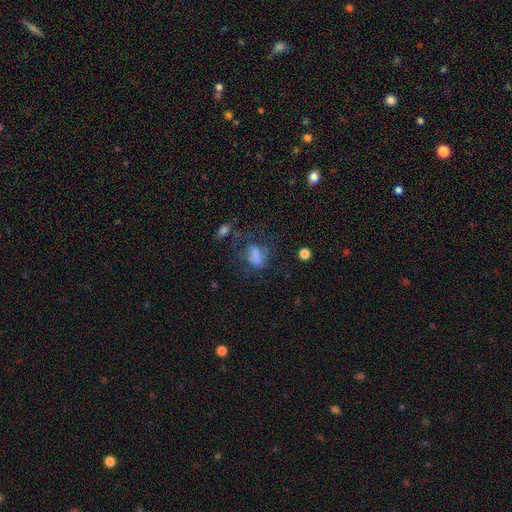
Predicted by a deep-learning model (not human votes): Morphology: type=smooth (57%); roundness=in between (73%); merging=none (42%).